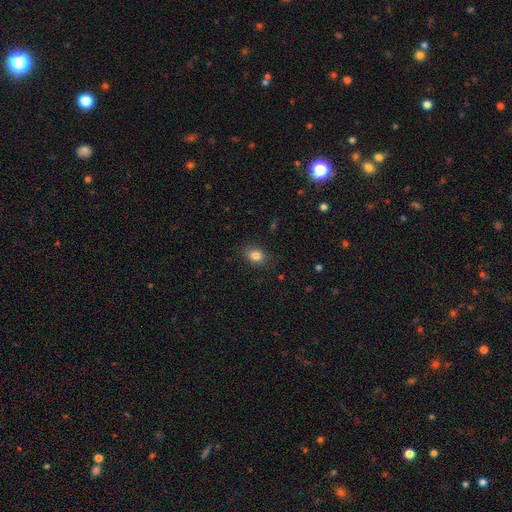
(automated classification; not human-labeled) smooth 83%, star or artifact 10%, featured or disk 7%. Down the decision tree: how rounded — in between (64%); merging — none (85%).